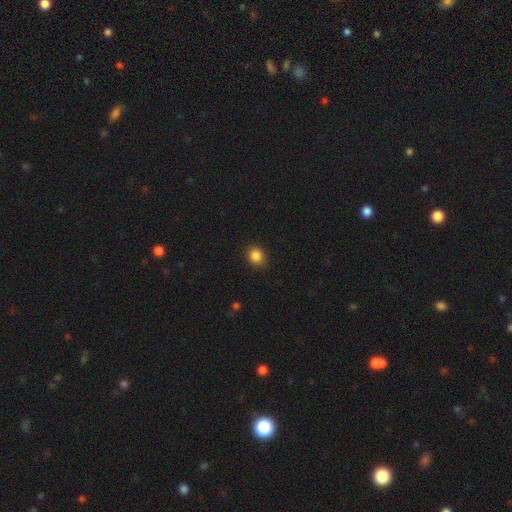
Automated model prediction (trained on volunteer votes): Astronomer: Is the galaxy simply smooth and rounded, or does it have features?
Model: smooth — 86%.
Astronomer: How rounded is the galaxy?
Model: round — 71%.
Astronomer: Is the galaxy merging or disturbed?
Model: none — 87%.